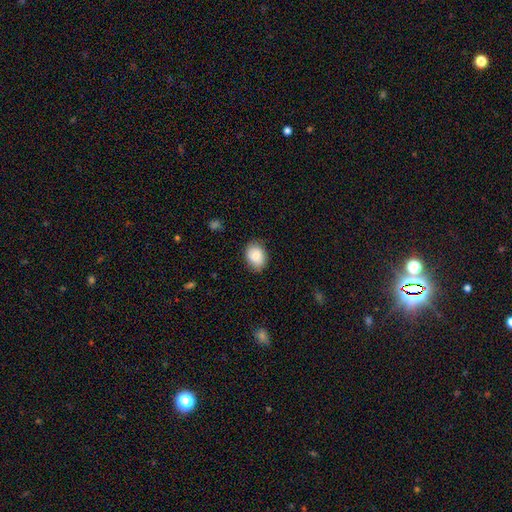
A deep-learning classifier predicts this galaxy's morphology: Overall: smooth (83%). How rounded: in between (65%; round 34%). Merging: none (81%).